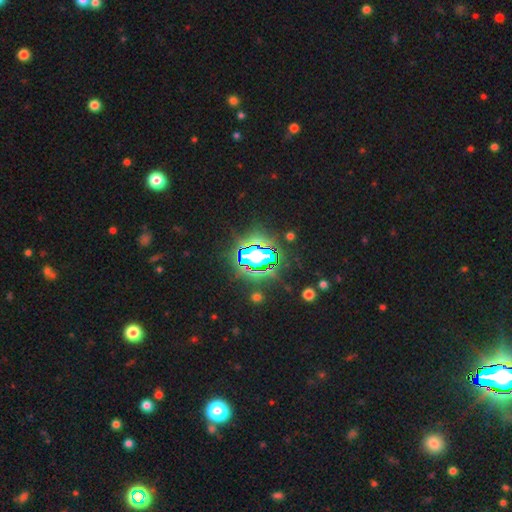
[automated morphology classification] smooth-or-featured: star or artifact: 70% | smooth: 18% | featured or disk: 12%